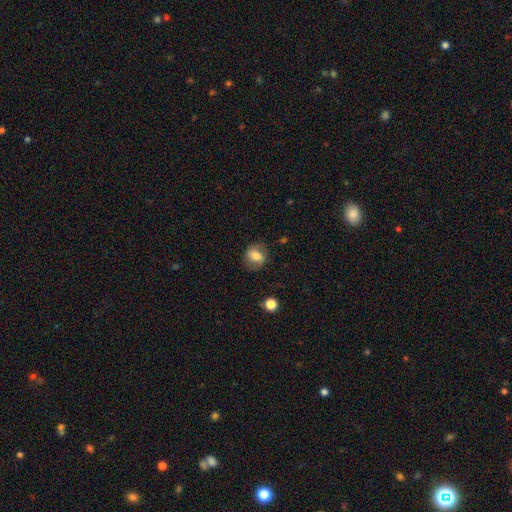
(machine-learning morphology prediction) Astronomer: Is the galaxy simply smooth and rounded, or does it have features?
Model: smooth — 65%.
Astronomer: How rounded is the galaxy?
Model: round — 50% (runner-up: in between, 48%).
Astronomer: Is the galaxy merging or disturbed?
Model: none — 75%.